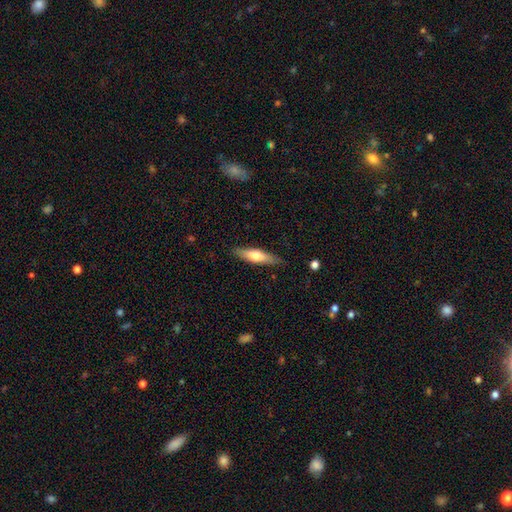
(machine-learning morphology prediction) smooth-or-featured: smooth: 58% | featured or disk: 36% | star or artifact: 6%
  how-rounded: cigar-shaped: 67% | in between: 31% | round: 2%
  merging: none: 84% | minor disturbance: 13% | major disturbance: 2% | merger: 1%